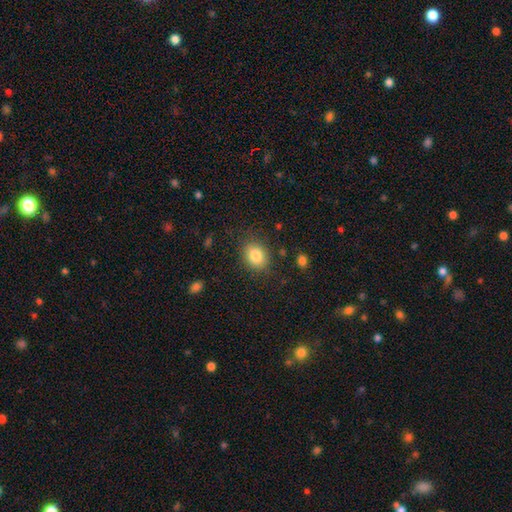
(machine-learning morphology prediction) This is clearly a smooth galaxy (83%). How rounded: possibly in between (51%). Merging: clearly none (83%).